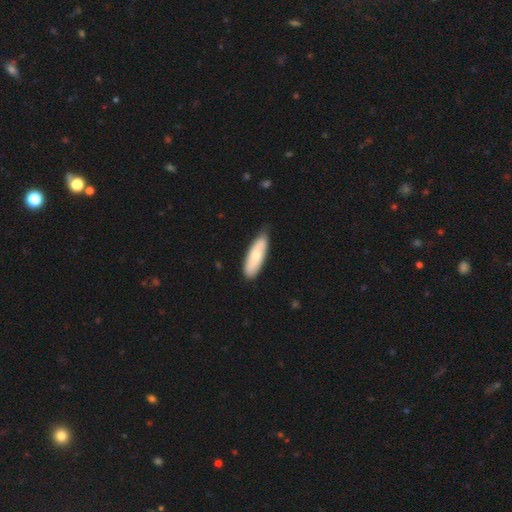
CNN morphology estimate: Smooth or featured? Predicted: smooth (p=0.71). How rounded? Predicted: in between (p=0.58). Merging? Predicted: none (p=0.79).